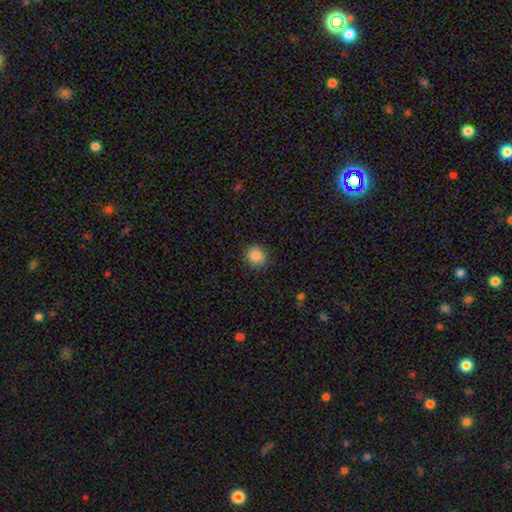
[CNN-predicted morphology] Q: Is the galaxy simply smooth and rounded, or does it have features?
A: smooth — 87%.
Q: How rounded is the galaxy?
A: round — 81%.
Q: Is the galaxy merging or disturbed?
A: none — 89%.